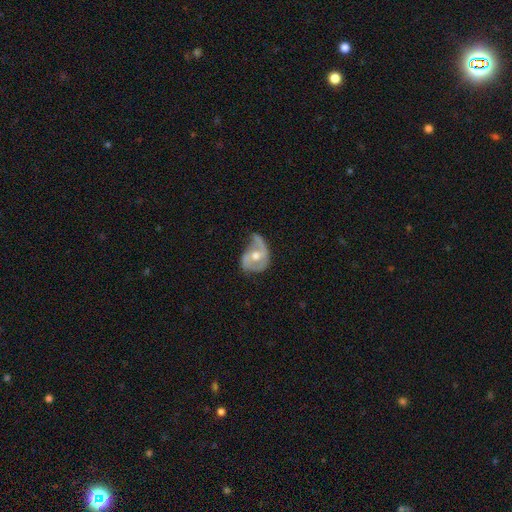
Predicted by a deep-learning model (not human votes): featured or disk 74%, smooth 20%, star or artifact 6%. Down the decision tree: edge-on disk — no (97%); bar — no (61%); spiral arms — yes (81%); spiral arm count — 2 (58%); spiral winding — loose (40%); bulge size — moderate (72%); merging — minor disturbance (34%).